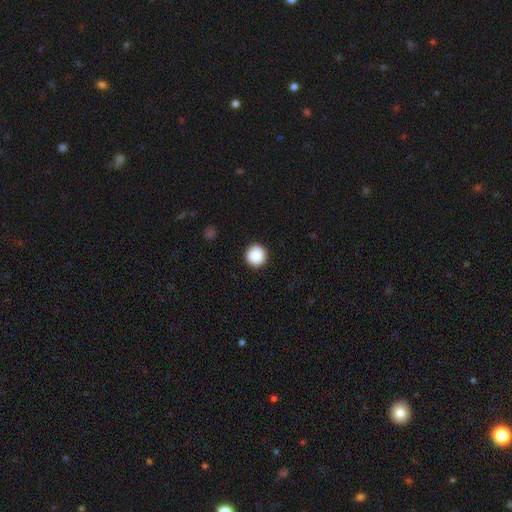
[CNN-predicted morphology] This is clearly a smooth galaxy (89%). How rounded: clearly round (95%). Merging: clearly none (92%).